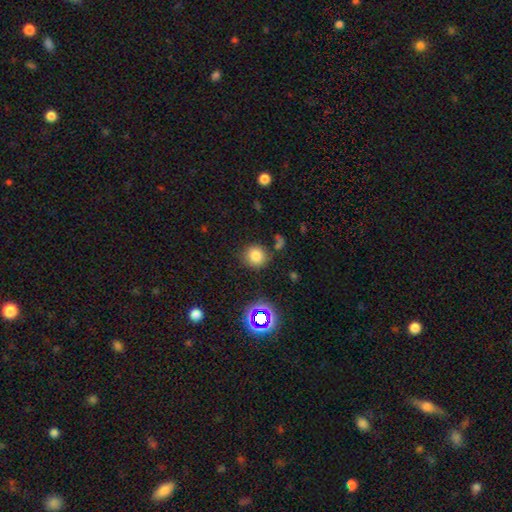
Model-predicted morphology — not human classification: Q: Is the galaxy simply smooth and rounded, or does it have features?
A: smooth — 77%.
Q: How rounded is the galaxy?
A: round — 92%.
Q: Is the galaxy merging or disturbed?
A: none — 80%.